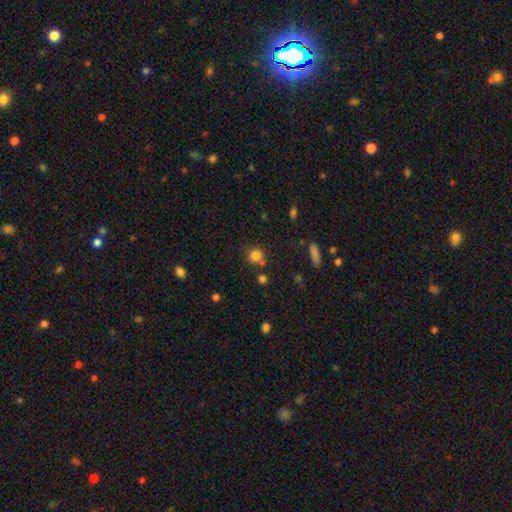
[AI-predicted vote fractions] smooth_or_featured: smooth (p=0.80) [alt: star or artifact p=0.14]
how_rounded: round (p=0.86) [alt: in between p=0.13]
merging: none (p=0.68) [alt: merger p=0.16]